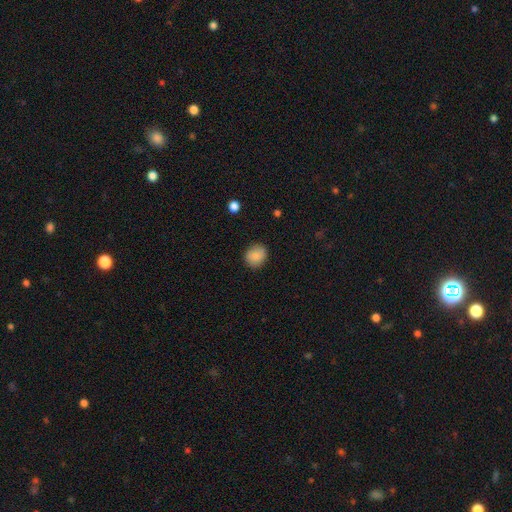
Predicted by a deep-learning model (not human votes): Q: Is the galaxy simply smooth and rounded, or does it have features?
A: smooth — 86%.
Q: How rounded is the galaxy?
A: round — 71%.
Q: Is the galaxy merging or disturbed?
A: none — 86%.